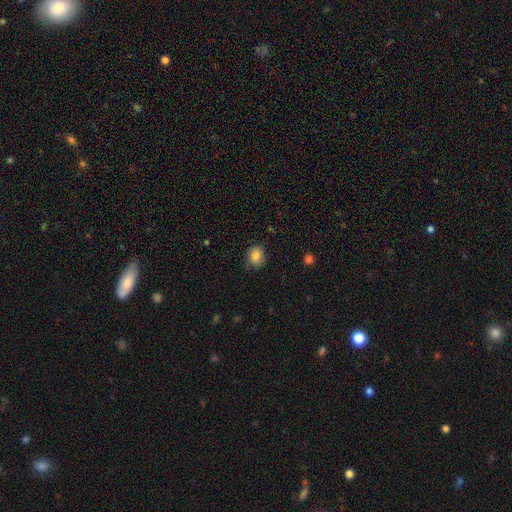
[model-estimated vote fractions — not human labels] Smooth or featured: smooth — 84% (star or artifact — 9%)
How rounded: round — 63% (in between — 36%)
Merging: none — 75% (minor disturbance — 20%)